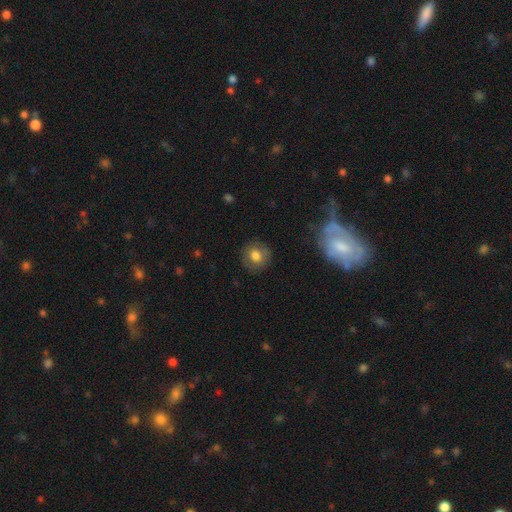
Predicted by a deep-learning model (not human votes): The model was most divided on "smooth or featured": smooth: 73%, featured or disk: 17%, star or artifact: 9%. More confident: how rounded — round (86%); merging — none (84%).